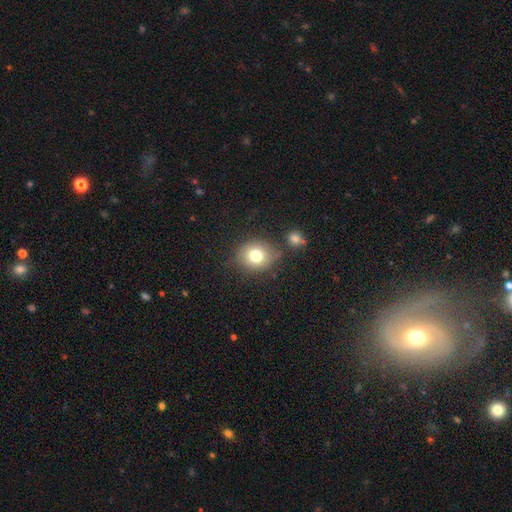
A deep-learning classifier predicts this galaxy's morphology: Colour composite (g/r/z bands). It shows a smooth galaxy with no disk features (77%) that is round (73%). Merging: none (74%).